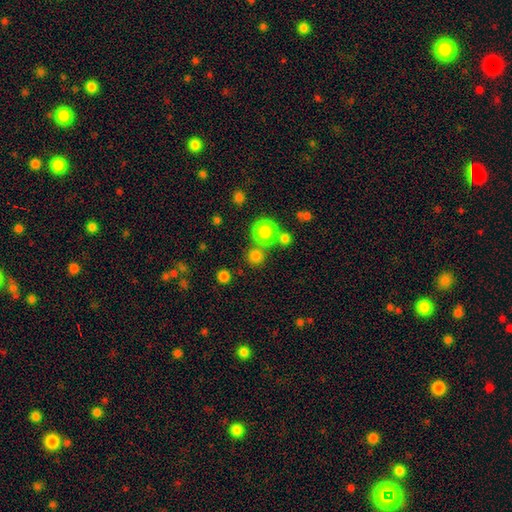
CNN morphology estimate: Smooth or featured: smooth — 79% (star or artifact — 15%)
How rounded: round — 92% (in between — 7%)
Merging: none — 71% (merger — 19%)